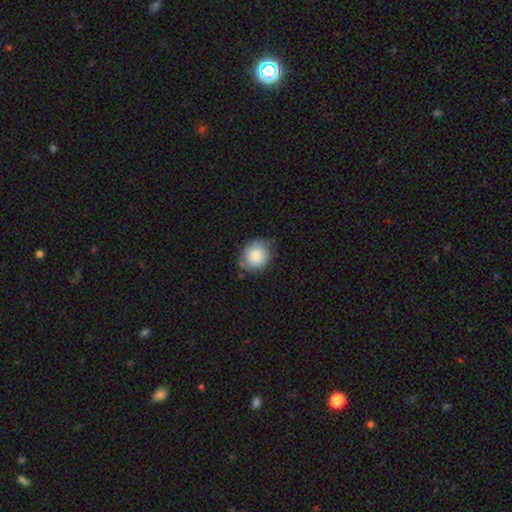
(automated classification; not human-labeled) Q: Smooth or featured?
A: smooth (84%); runner-up: featured or disk (9%)
Q: How rounded?
A: round (75%); runner-up: in between (25%)
Q: Merging?
A: none (69%); runner-up: minor disturbance (24%)